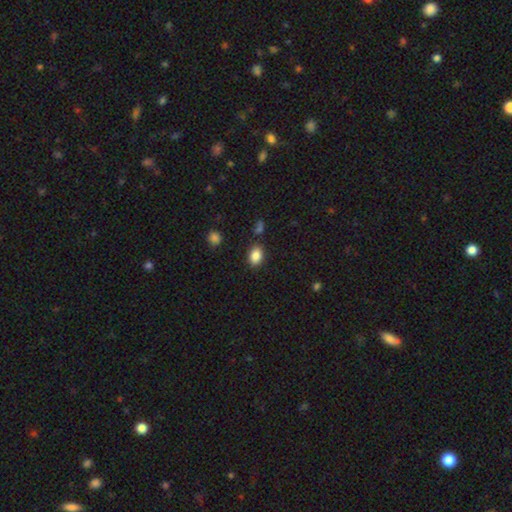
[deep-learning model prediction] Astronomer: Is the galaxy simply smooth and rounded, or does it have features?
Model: smooth — 86%.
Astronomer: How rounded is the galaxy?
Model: in between — 81%.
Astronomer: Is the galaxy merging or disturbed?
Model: none — 83%.